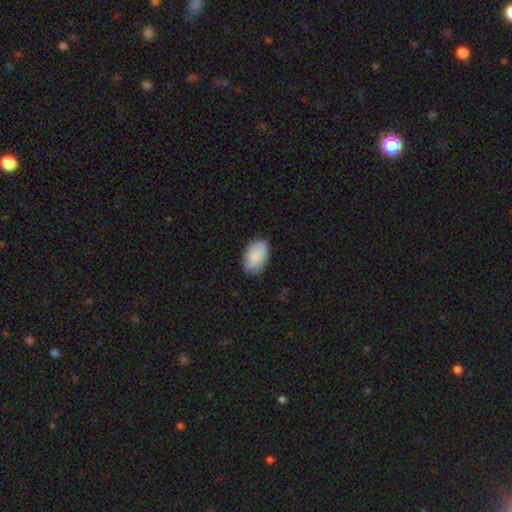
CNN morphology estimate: Smooth or featured? smooth (89%)
How rounded? in between (91%)
Merging? none (83%)